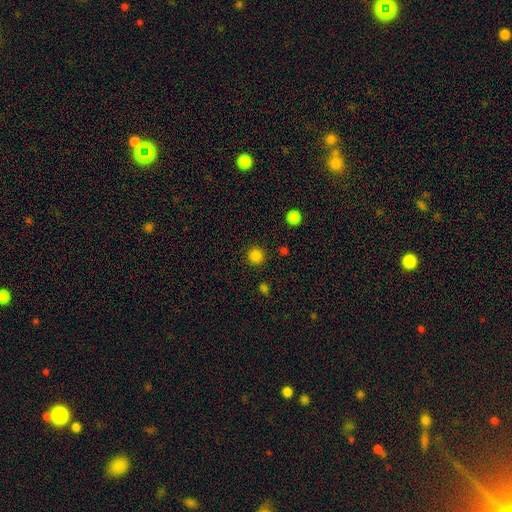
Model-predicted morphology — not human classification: This appears to be a smooth galaxy with no disk features (83%) that is round (94%). Merging: none (90%).